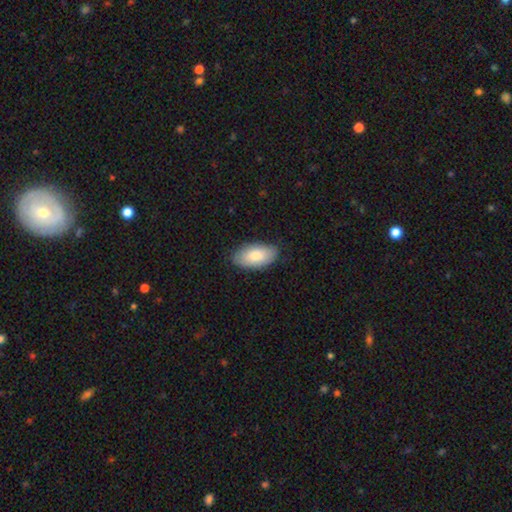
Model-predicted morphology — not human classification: This is clearly a smooth galaxy (82%). How rounded: clearly in between (95%). Merging: clearly none (83%).